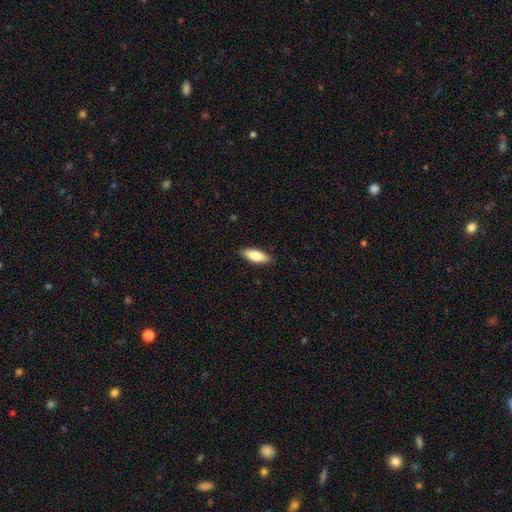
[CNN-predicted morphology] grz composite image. It shows a smooth galaxy with no disk features (79%) that is in between round and cigar-shaped (76%). Merging: none (88%).